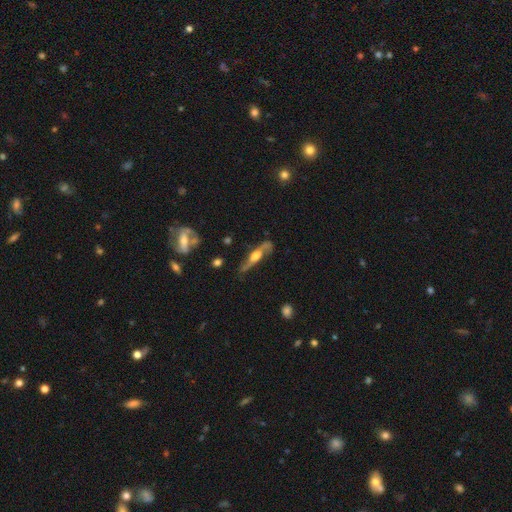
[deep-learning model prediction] smooth-or-featured: featured or disk: 73% | smooth: 21% | star or artifact: 6%
  disk-edge-on: yes: 67% | no: 33%
  merging: none: 67% | minor disturbance: 21% | major disturbance: 9% | merger: 3%